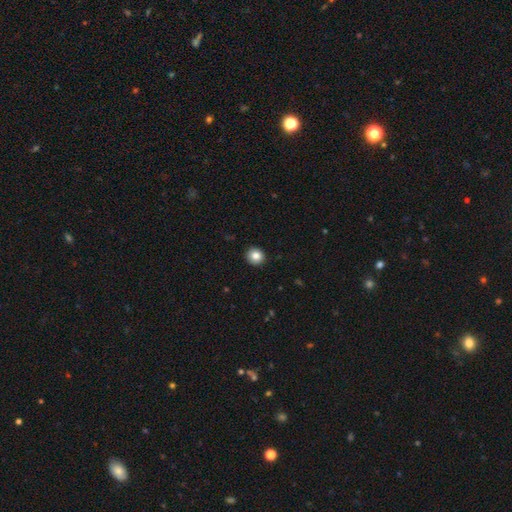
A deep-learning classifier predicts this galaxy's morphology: type=smooth (85%); roundness=round (89%); merging=none (91%).